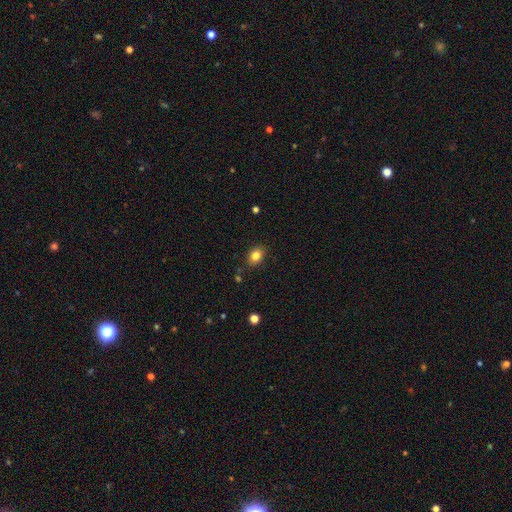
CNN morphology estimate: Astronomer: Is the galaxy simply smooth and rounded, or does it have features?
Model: smooth — 83%.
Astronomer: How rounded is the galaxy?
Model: in between — 65%.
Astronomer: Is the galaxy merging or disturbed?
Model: none — 85%.